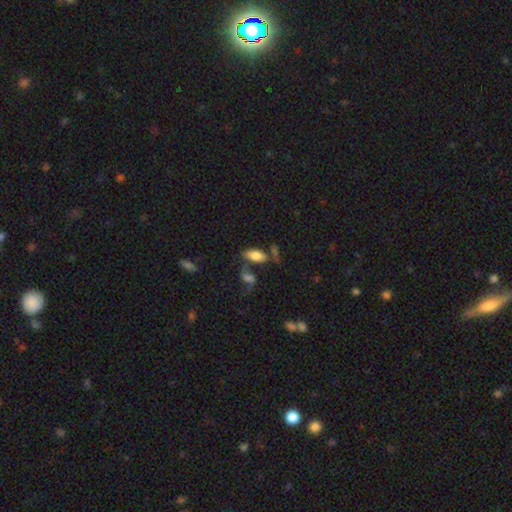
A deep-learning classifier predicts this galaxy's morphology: This is likely a smooth galaxy (70%). How rounded: clearly in between (85%). Merging: possibly none (49%).